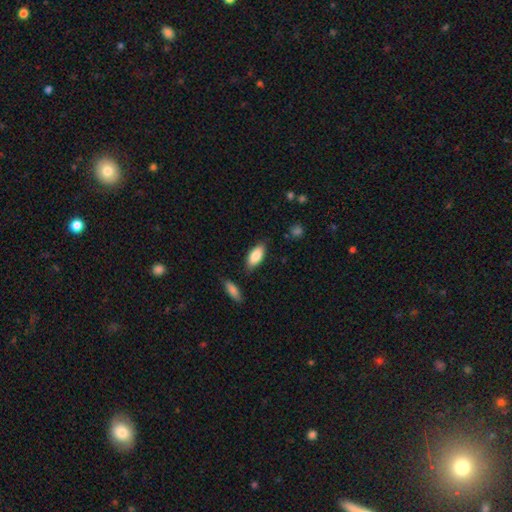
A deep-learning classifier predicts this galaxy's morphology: This appears to be a smooth galaxy with no disk features (85%) that is in between round and cigar-shaped (87%). Merging: none (82%).